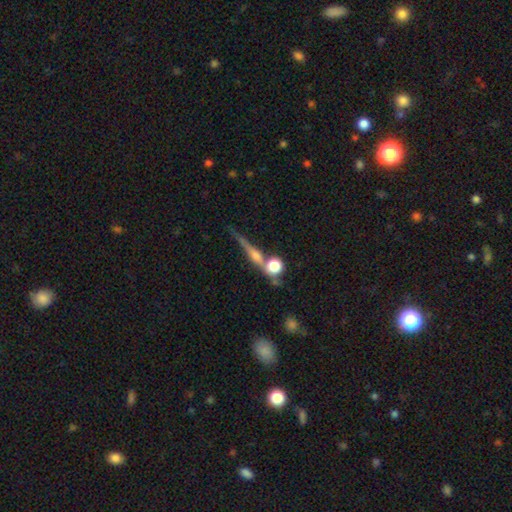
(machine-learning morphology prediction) Smooth or featured? Predicted: featured or disk (p=0.53). Edge-on disk? Predicted: yes (p=0.87). Merging? Predicted: none (p=0.60).